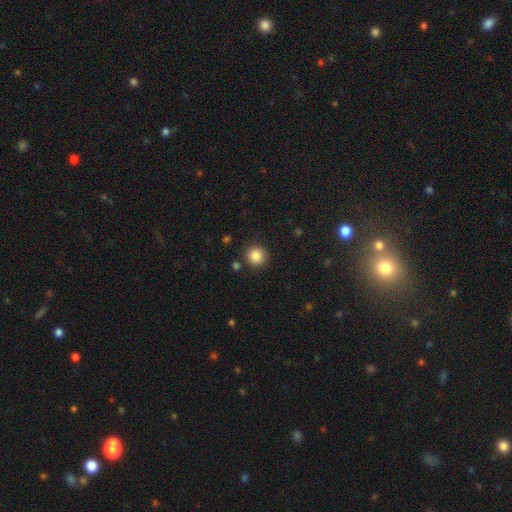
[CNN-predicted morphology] The model was most divided on "smooth or featured": smooth: 86%, star or artifact: 10%, featured or disk: 4%. More confident: how rounded — round (94%); merging — none (88%).